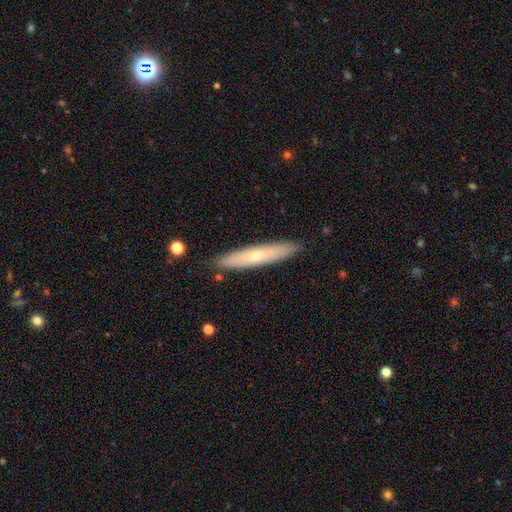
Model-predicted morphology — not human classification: A smooth galaxy with no disk features (53%) that is cigar-shaped (89%).

Vote fractions:
- Smooth or featured? smooth: 53% / featured or disk: 41% / star or artifact: 6%
- How rounded? cigar-shaped: 89% / in between: 9% / round: 1%
- Merging? none: 89% / minor disturbance: 8% / major disturbance: 2% / merger: 1%